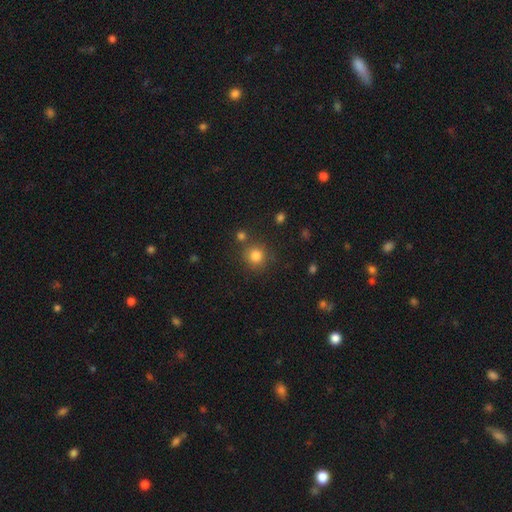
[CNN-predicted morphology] smooth 82%, star or artifact 13%, featured or disk 5%. Down the decision tree: how rounded — round (90%); merging — none (79%).